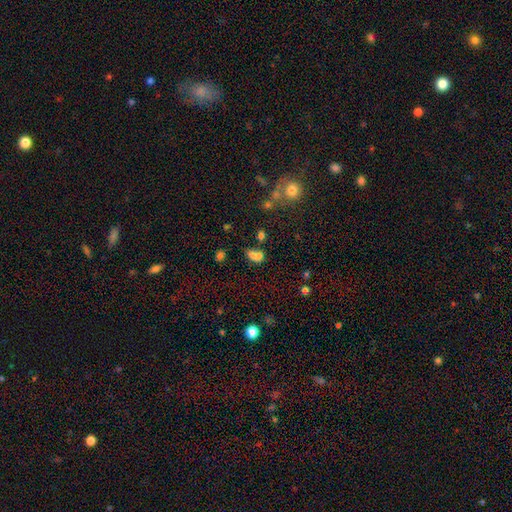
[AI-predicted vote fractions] A smooth galaxy with no disk features (70%) that is in between round and cigar-shaped (66%).

Vote fractions:
- Smooth or featured? smooth: 70% / star or artifact: 15% / featured or disk: 15%
- How rounded? in between: 66% / round: 30% / cigar-shaped: 3%
- Merging? merger: 54% / none: 29% / minor disturbance: 10% / major disturbance: 6%